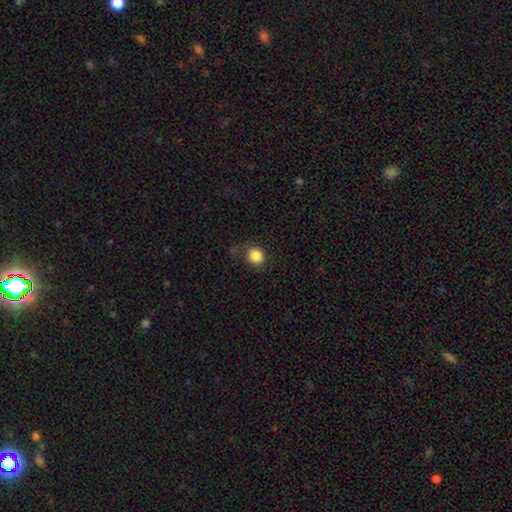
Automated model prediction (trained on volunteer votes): Smooth or featured? Predicted: smooth (p=0.86). How rounded? Predicted: round (p=0.87). Merging? Predicted: none (p=0.78).